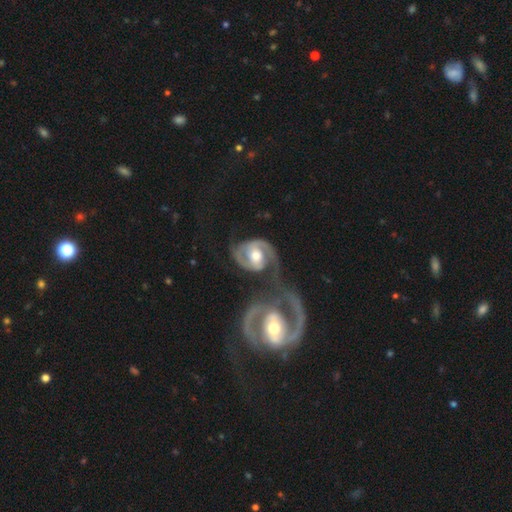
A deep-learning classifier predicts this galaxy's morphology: A featured or disk galaxy (87%) with no bar (46%), 2 (83%) medium (46%) spiral arms (95%) and a moderate central bulge (70%). Merging: merger (41%).